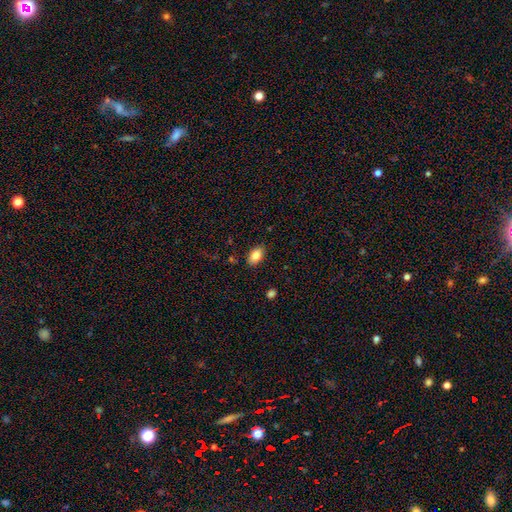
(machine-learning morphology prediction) This is clearly a smooth galaxy (84%). How rounded: clearly in between (90%). Merging: clearly none (86%).